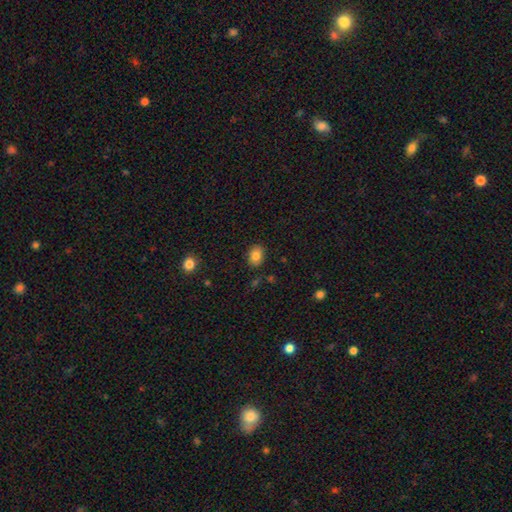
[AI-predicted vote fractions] This appears to be a smooth galaxy with no disk features (83%) that is in between round and cigar-shaped (62%). Merging: none (84%).